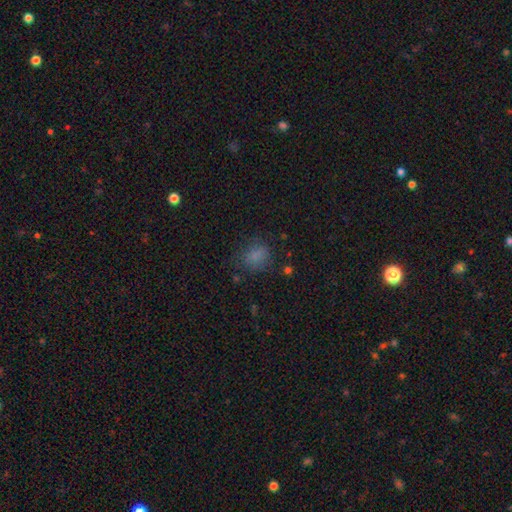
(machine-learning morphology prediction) This is likely a smooth galaxy (79%). How rounded: possibly round (56%). Merging: likely none (73%).